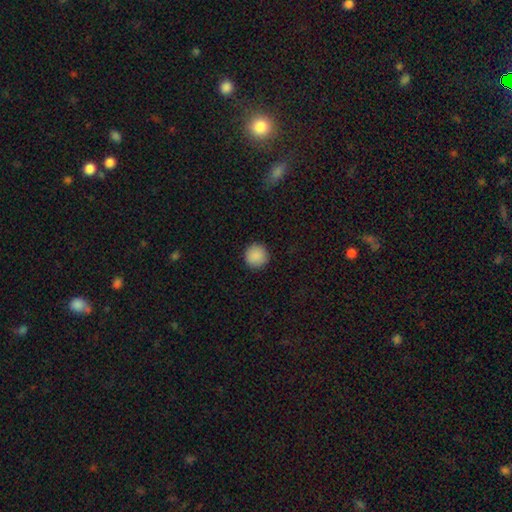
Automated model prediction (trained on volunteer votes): This is clearly a smooth galaxy (90%). How rounded: clearly round (96%). Merging: clearly none (92%).